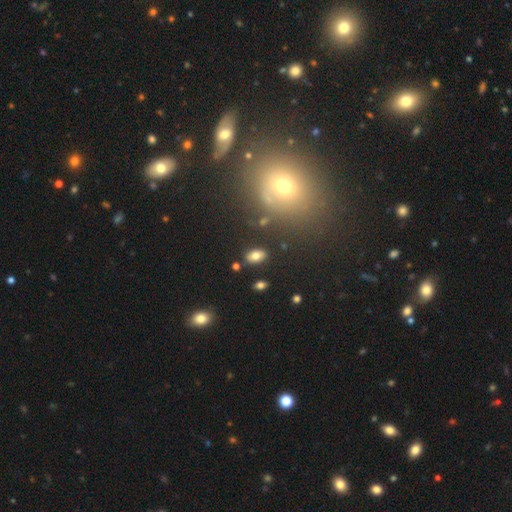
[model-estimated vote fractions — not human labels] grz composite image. It shows a smooth galaxy with no disk features (78%) that is in between round and cigar-shaped (90%). Merging: none (83%).